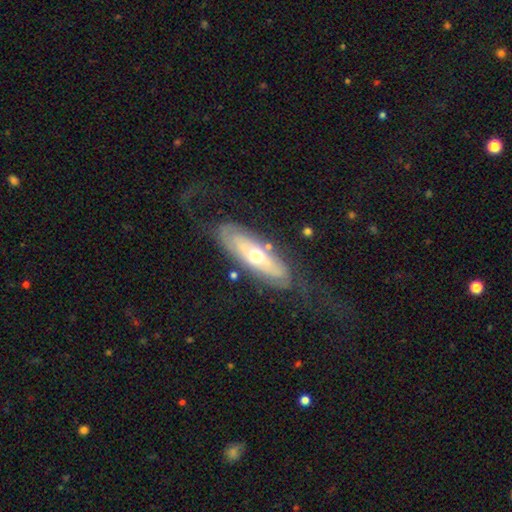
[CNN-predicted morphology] Smooth or featured: featured or disk — 63% (smooth — 31%)
Edge-on disk: no — 70% (yes — 30%)
Merging: none — 71% (minor disturbance — 18%)